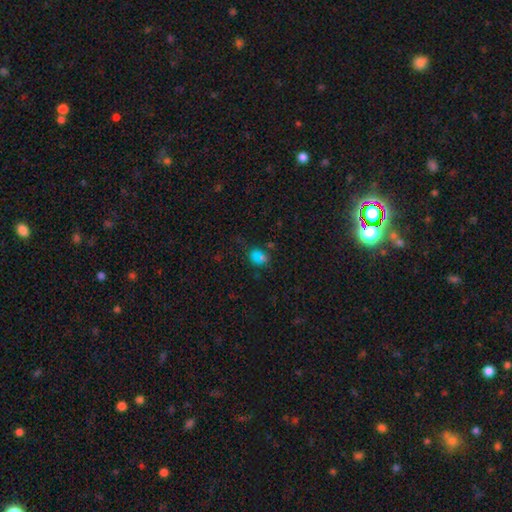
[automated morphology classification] smooth 65%, star or artifact 26%, featured or disk 10%. Down the decision tree: how rounded — round (62%); merging — none (63%).